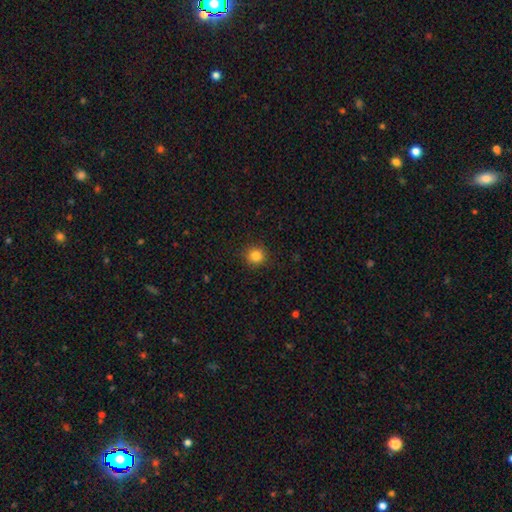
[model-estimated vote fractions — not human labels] smooth_or_featured: smooth (p=0.84) [alt: star or artifact p=0.12]
how_rounded: round (p=0.92) [alt: in between p=0.07]
merging: none (p=0.91) [alt: minor disturbance p=0.06]